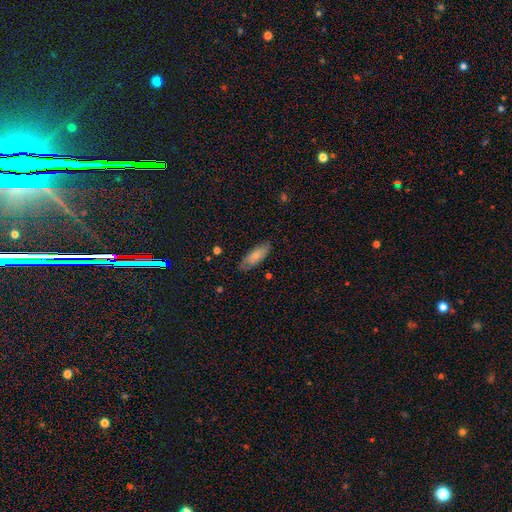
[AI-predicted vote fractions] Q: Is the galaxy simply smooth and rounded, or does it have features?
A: smooth — 75%.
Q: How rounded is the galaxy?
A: in between — 70%.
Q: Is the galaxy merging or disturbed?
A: none — 80%.